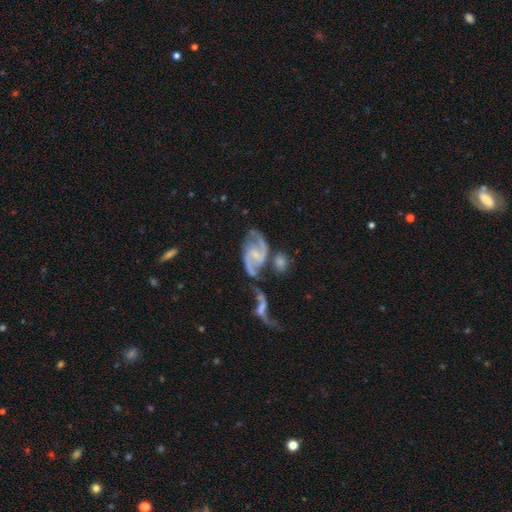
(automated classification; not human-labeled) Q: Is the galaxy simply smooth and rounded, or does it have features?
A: featured or disk — 88%.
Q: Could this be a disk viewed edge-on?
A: no — 97%.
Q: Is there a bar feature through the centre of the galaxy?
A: weak — 51%.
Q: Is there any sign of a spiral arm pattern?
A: yes — 96%.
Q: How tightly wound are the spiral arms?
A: medium — 47%.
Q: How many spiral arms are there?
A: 2 — 92%.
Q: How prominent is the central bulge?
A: small — 60%.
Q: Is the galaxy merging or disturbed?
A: none — 41%.